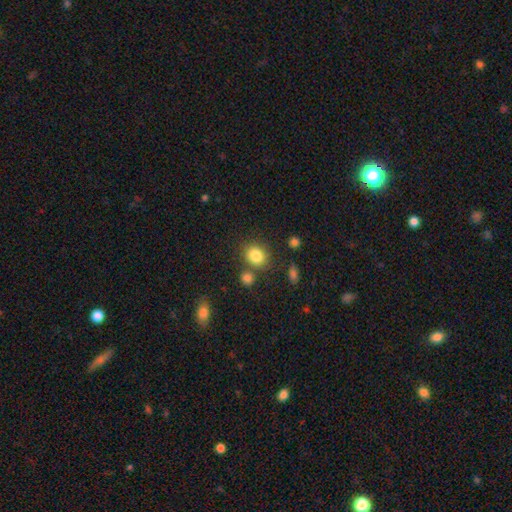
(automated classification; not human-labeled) This appears to be a smooth galaxy with no disk features (84%) that is round (62%). Merging: none (72%).